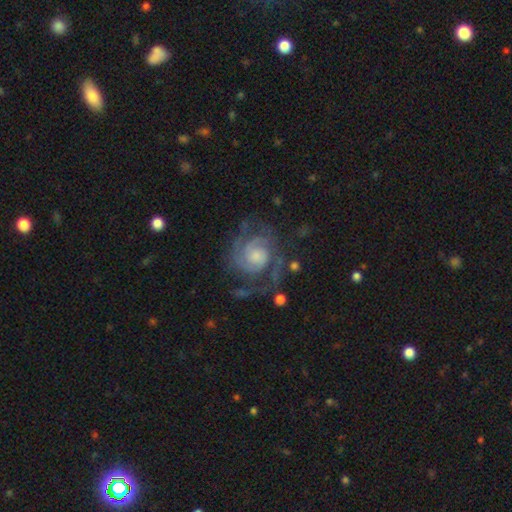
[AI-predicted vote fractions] Smooth or featured: featured or disk — 87% (smooth — 7%)
Edge-on disk: no — 98% (yes — 2%)
Bar: no — 68% (weak — 27%)
Spiral arms: yes — 97% (no — 3%)
Spiral winding: tight — 53% (medium — 38%)
Spiral arm count: 2 — 60% (3 — 16%)
Bulge size: moderate — 39% (small — 34%)
Merging: none — 67% (minor disturbance — 16%)